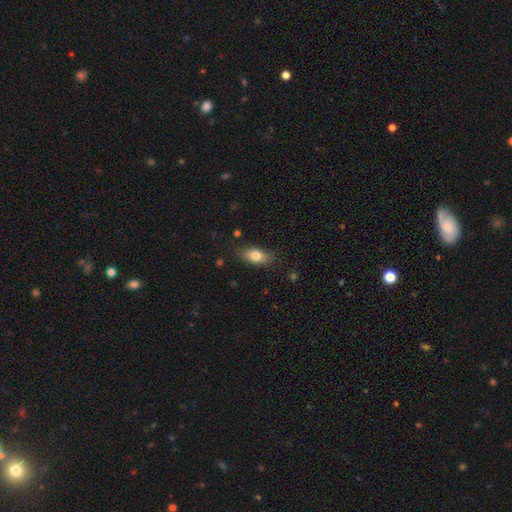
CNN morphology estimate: Q: Smooth or featured?
A: smooth (80%); runner-up: featured or disk (12%)
Q: How rounded?
A: in between (86%); runner-up: cigar-shaped (8%)
Q: Merging?
A: none (82%); runner-up: minor disturbance (14%)